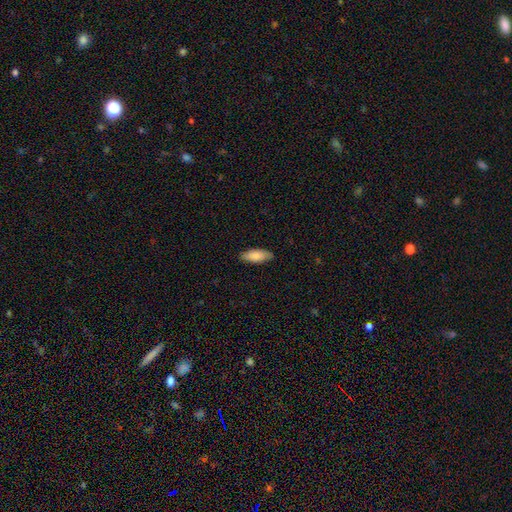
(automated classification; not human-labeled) smooth 85%, featured or disk 10%, star or artifact 6%. Down the decision tree: how rounded — in between (78%); merging — none (87%).